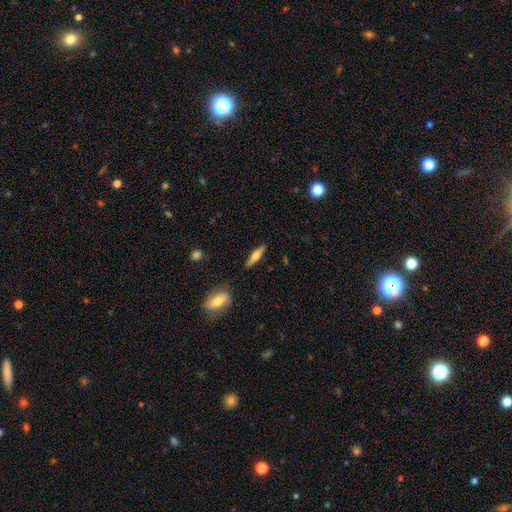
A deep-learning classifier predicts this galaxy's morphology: Overall: smooth (48%; featured or disk 46%). Merging: none (86%).